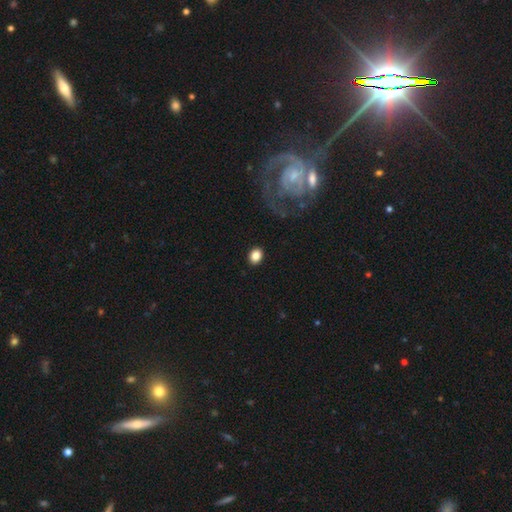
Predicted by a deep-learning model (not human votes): This appears to be a smooth galaxy with no disk features (85%) that is in between round and cigar-shaped (52%). Merging: none (90%).